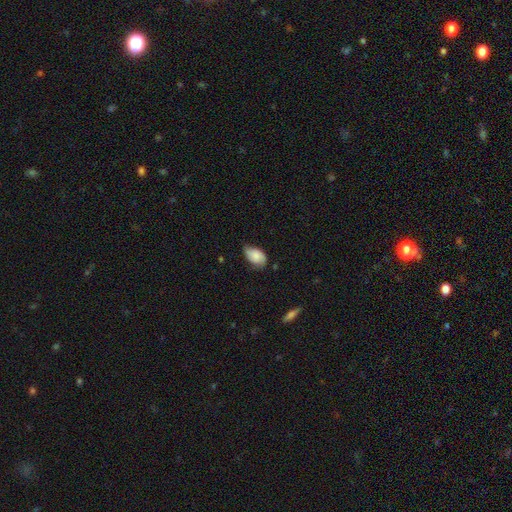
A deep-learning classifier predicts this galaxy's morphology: Overall: smooth (75%). How rounded: in between (91%). Merging: none (53%; minor disturbance 38%).